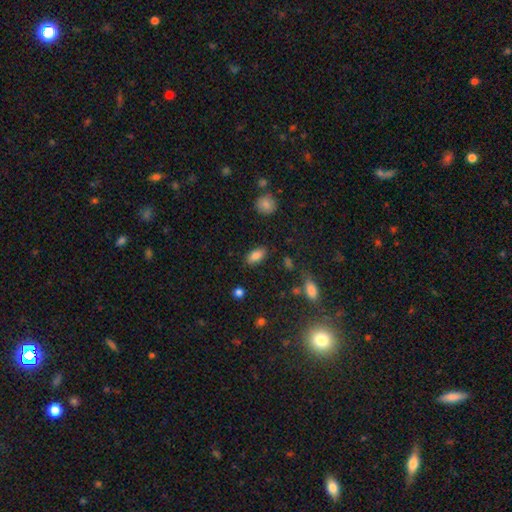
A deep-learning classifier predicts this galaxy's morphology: Smooth or featured? smooth (83%)
How rounded? in between (90%)
Merging? none (84%)